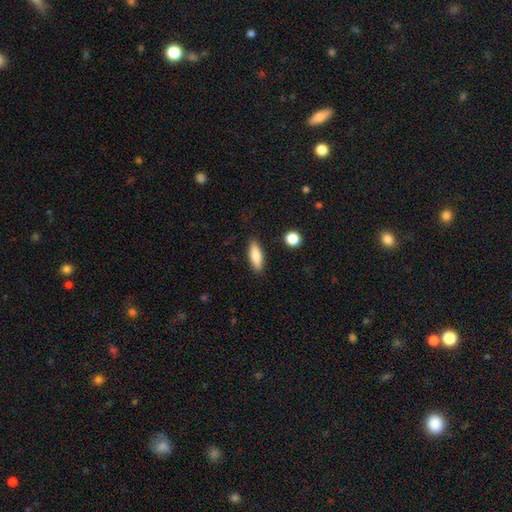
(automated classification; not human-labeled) Morphology: type=smooth (79%); roundness=in between (57%); merging=none (87%).